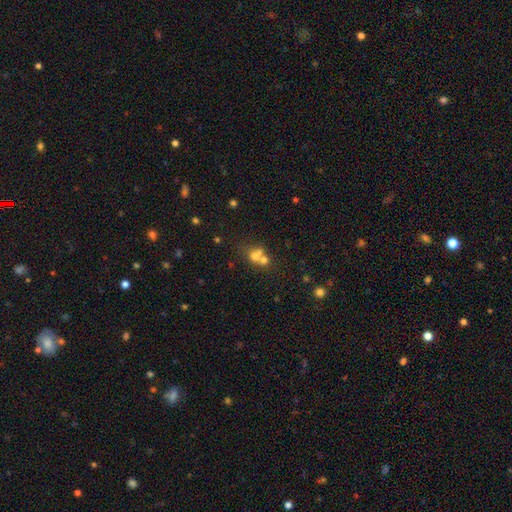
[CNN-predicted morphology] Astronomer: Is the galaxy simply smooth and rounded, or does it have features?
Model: smooth — 59%.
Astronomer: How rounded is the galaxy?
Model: round — 70%.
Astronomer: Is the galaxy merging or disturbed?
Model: merger — 56% (runner-up: none, 32%).